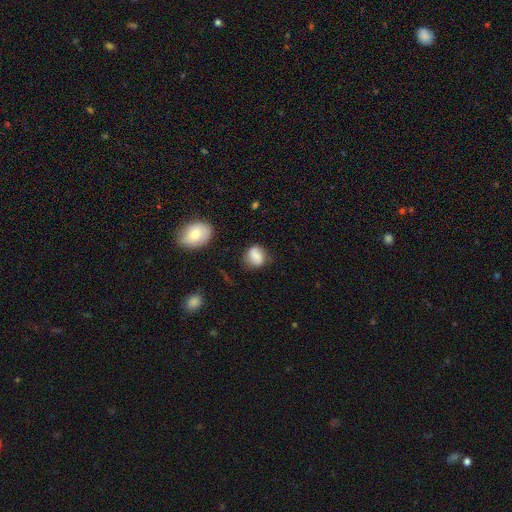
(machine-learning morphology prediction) Smooth or featured? smooth (74%)
How rounded? round (55%)
Merging? none (63%)